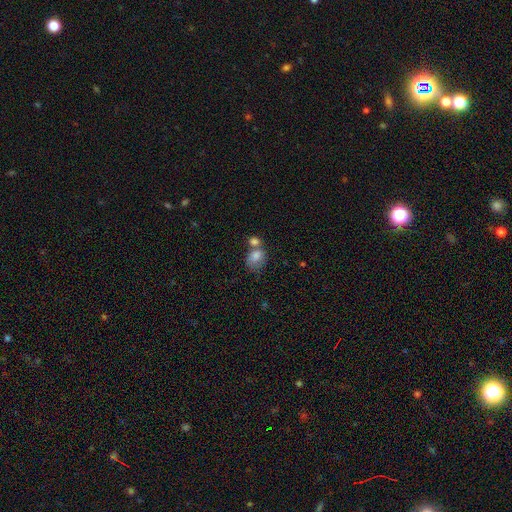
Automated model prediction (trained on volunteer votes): Overall: smooth (80%). How rounded: in between (56%; round 43%). Merging: merger (48%; none 30%).